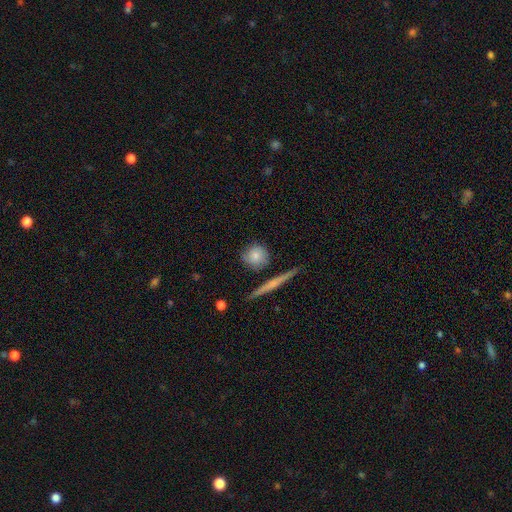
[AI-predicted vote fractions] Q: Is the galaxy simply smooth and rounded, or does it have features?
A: smooth — 69%.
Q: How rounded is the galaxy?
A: round — 82%.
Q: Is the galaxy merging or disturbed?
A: none — 74%.